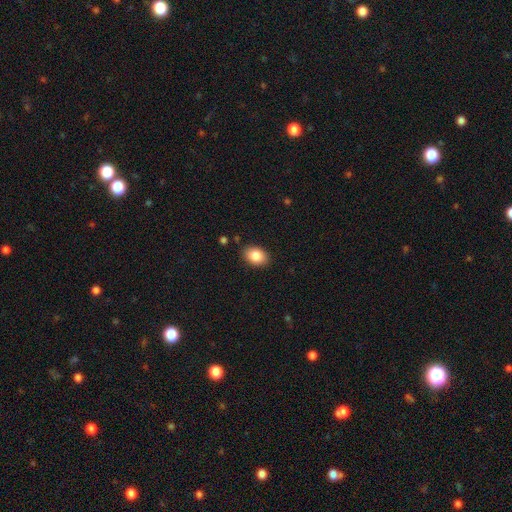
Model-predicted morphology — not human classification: A smooth galaxy with no disk features (85%) that is in between round and cigar-shaped (79%). Merging: none (87%).